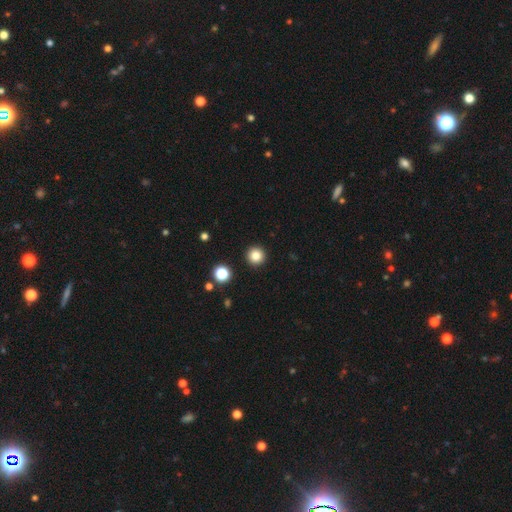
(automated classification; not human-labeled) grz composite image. It shows a smooth galaxy with no disk features (84%) that is round (96%). Merging: none (93%).